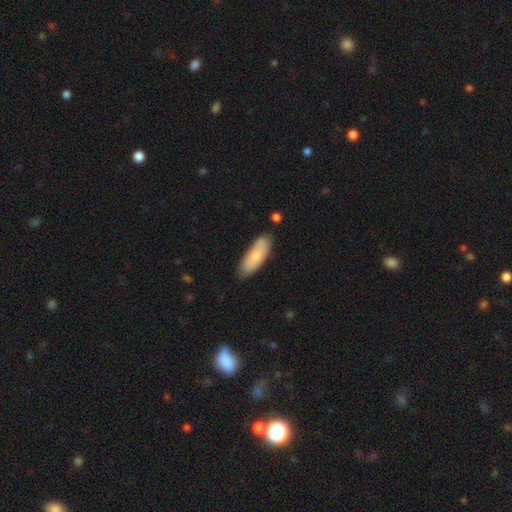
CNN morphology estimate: type=smooth (77%); roundness=in between (66%); merging=none (79%).